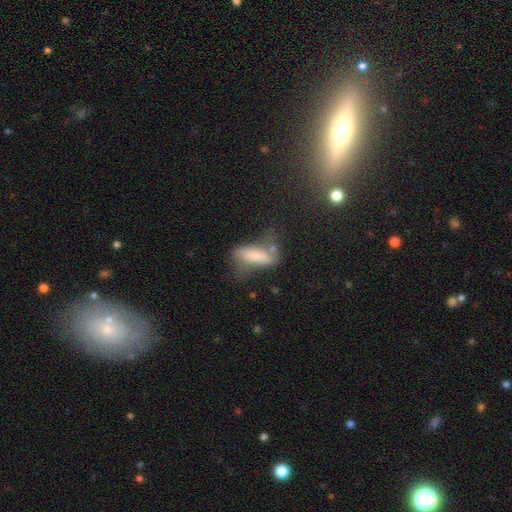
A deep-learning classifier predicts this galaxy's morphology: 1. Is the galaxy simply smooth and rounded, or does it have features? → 66% smooth, 24% featured or disk, 9% star or artifact.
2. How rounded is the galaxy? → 55% in between, 42% cigar-shaped, 3% round.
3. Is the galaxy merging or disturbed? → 36% none, 27% minor disturbance, 24% major disturbance, 12% merger.